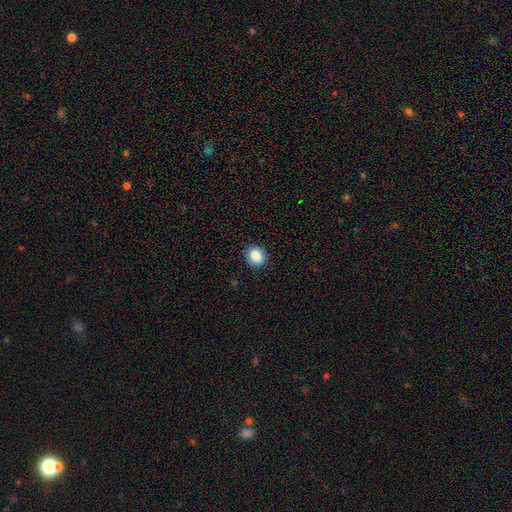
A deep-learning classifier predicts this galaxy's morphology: smooth-or-featured: smooth: 87% | star or artifact: 9% | featured or disk: 4%
  how-rounded: round: 71% | in between: 29% | cigar-shaped: 1%
  merging: none: 90% | minor disturbance: 7% | major disturbance: 2% | merger: 1%